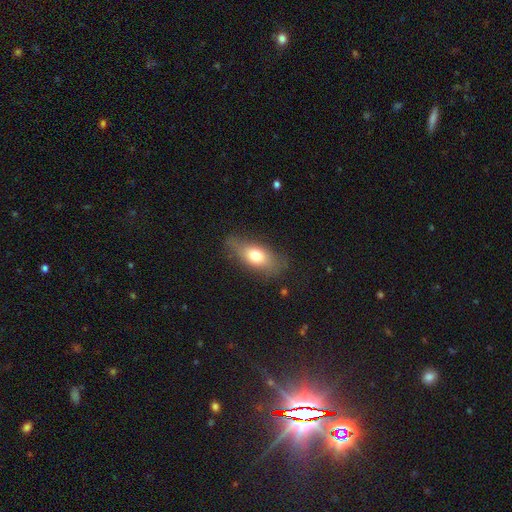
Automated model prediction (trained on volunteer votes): Smooth or featured? smooth (71%)
How rounded? in between (80%)
Merging? none (69%)